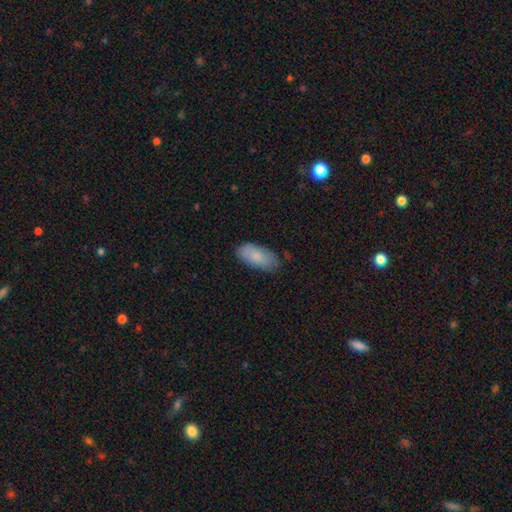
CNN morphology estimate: Smooth or featured? Predicted: smooth (p=0.82). How rounded? Predicted: in between (p=0.89). Merging? Predicted: none (p=0.74).